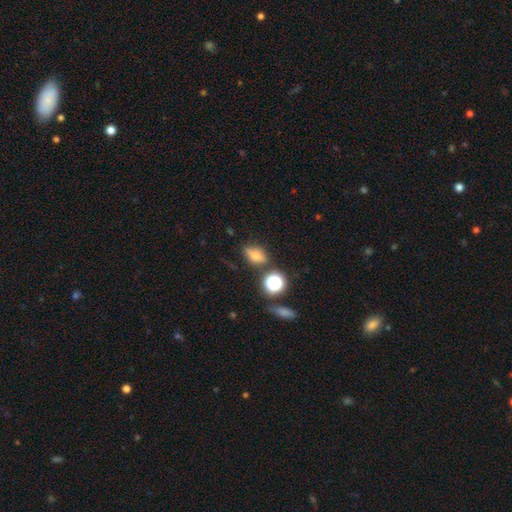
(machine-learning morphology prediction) The model was most divided on "how rounded": in between: 70%, round: 24%, cigar-shaped: 6%. More confident: merging — none (71%); smooth or featured — smooth (66%).